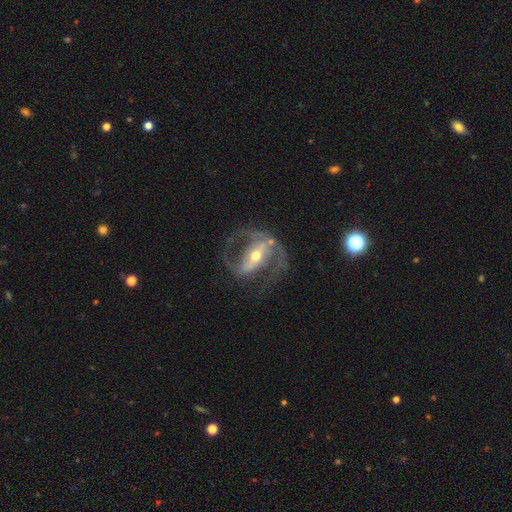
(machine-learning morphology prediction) smooth_or_featured: featured or disk (p=0.89) [alt: smooth p=0.07]
disk_edge_on: no (p=0.95) [alt: yes p=0.05]
bar: strong (p=0.67) [alt: weak p=0.21]
has_spiral_arms: yes (p=0.88) [alt: no p=0.12]
spiral_winding: medium (p=0.56) [alt: loose p=0.25]
spiral_arm_count: 2 (p=0.89) [alt: can't tell p=0.04]
bulge_size: moderate (p=0.56) [alt: small p=0.38]
merging: none (p=0.65) [alt: major disturbance p=0.17]